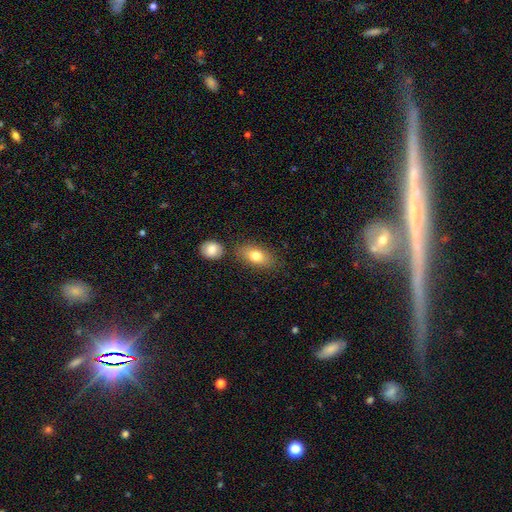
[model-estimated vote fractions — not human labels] smooth_or_featured: smooth (p=0.77) [alt: featured or disk p=0.15]
how_rounded: in between (p=0.86) [alt: round p=0.09]
merging: none (p=0.74) [alt: minor disturbance p=0.13]